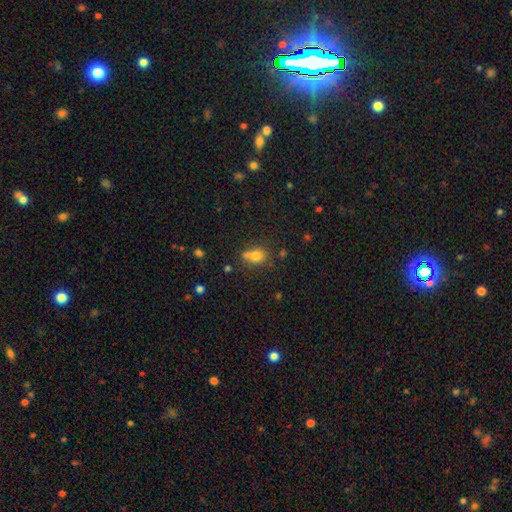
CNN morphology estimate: Q: Smooth or featured?
A: smooth (76%); runner-up: star or artifact (13%)
Q: How rounded?
A: round (49%); tied with: in between (49%)
Q: Merging?
A: none (48%); runner-up: merger (26%)